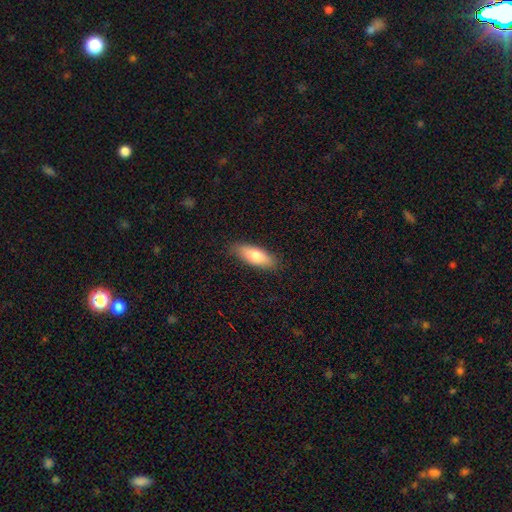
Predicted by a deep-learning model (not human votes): Smooth or featured? Predicted: smooth (p=0.79). How rounded? Predicted: in between (p=0.61). Merging? Predicted: none (p=0.85).